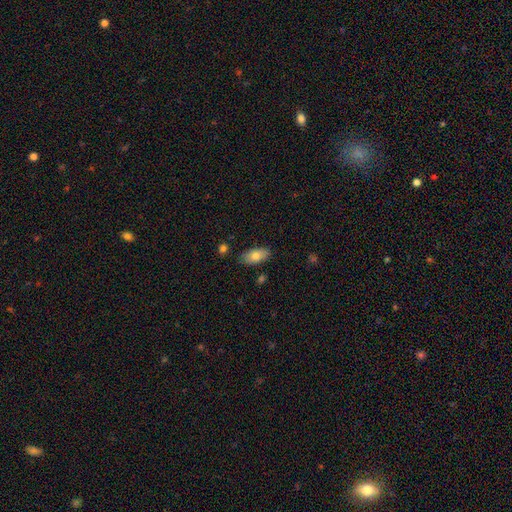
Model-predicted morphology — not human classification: smooth_or_featured: smooth (p=0.78) [alt: featured or disk p=0.15]
how_rounded: in between (p=0.90) [alt: cigar-shaped p=0.07]
merging: none (p=0.84) [alt: minor disturbance p=0.11]